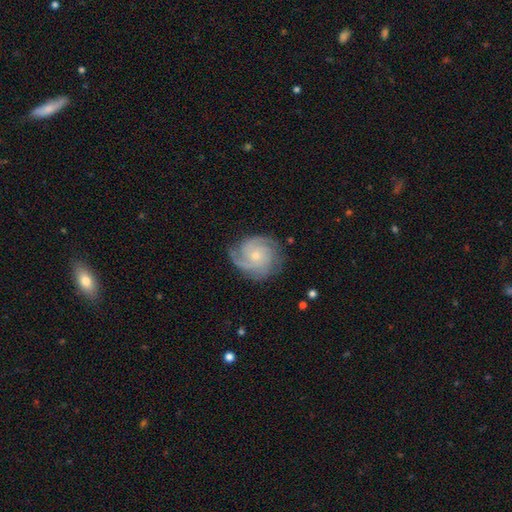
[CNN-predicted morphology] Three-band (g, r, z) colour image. It shows a featured or disk galaxy (87%) with no bar (74%), 3 (40%) tight (60%) spiral arms (97%) and a small central bulge (65%). Merging: none (77%).